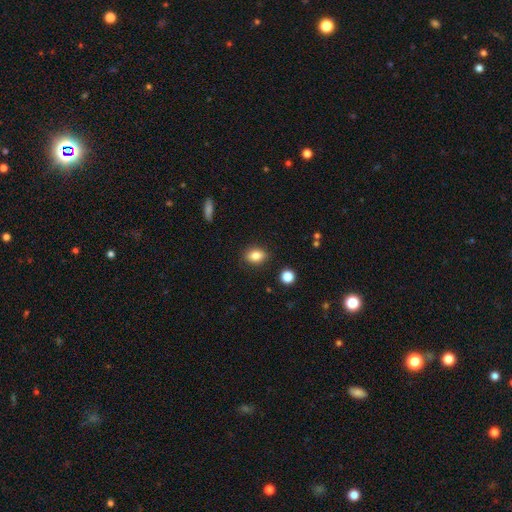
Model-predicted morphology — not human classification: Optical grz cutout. It shows a smooth galaxy with no disk features (83%) that is in between round and cigar-shaped (75%). Merging: none (87%).